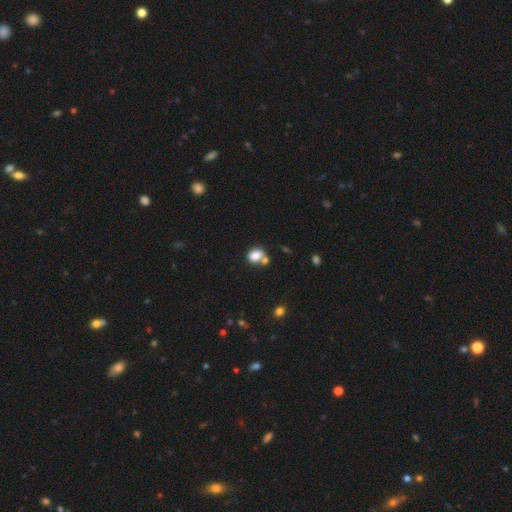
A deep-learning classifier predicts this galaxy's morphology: Smooth or featured? Predicted: smooth (p=0.82). How rounded? Predicted: in between (p=0.59). Merging? Predicted: none (p=0.46).